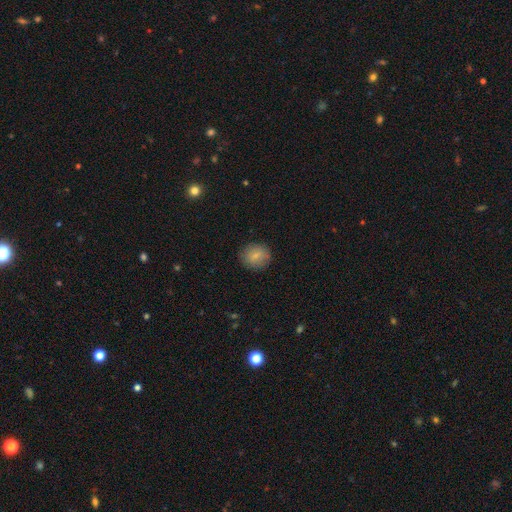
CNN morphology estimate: Smooth or featured: smooth — 81% (featured or disk — 11%)
How rounded: round — 79% (in between — 20%)
Merging: none — 86% (minor disturbance — 10%)